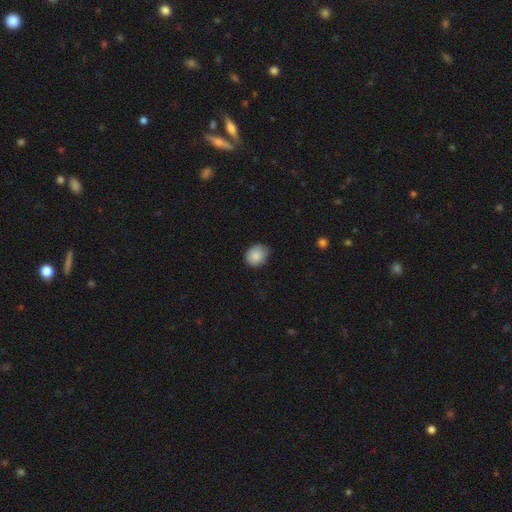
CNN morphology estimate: smooth_or_featured: smooth (p=0.88) [alt: star or artifact p=0.08]
how_rounded: round (p=0.54) [alt: in between p=0.45]
merging: none (p=0.70) [alt: minor disturbance p=0.25]